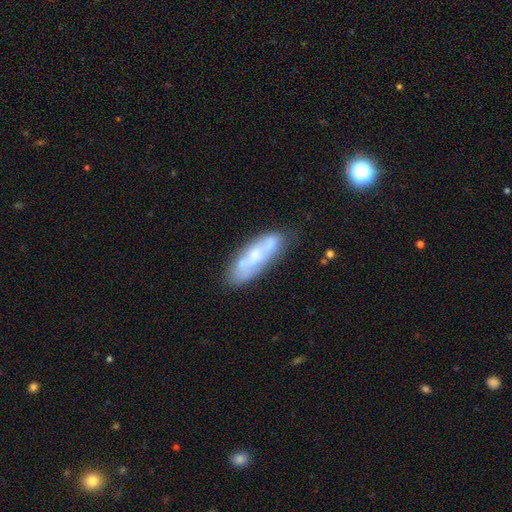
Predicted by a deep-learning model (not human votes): featured or disk 53%, smooth 39%, star or artifact 7%. Down the decision tree: edge-on disk — no (79%); merging — none (66%).